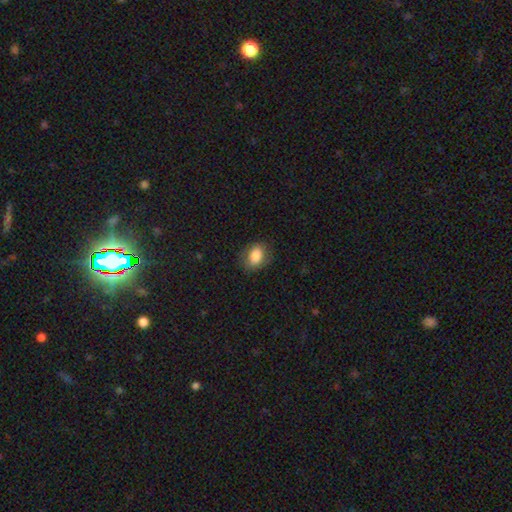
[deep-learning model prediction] smooth 84%, featured or disk 8%, star or artifact 8%. Down the decision tree: how rounded — in between (77%); merging — none (79%).